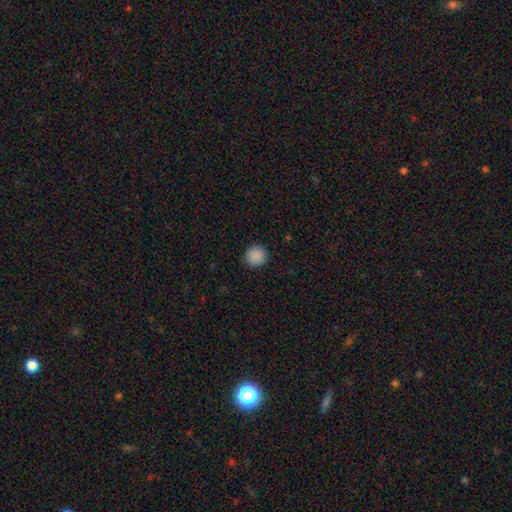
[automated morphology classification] smooth-or-featured: smooth: 89% | star or artifact: 9% | featured or disk: 2%
  how-rounded: round: 95% | in between: 4% | cigar-shaped: 1%
  merging: none: 92% | minor disturbance: 6% | major disturbance: 2% | merger: 1%